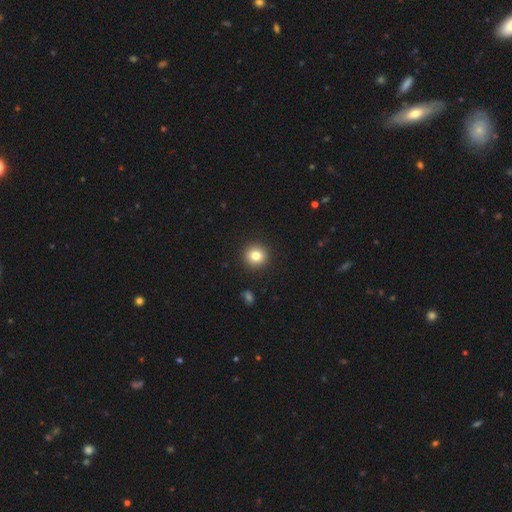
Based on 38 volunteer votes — Smooth or featured?
  - smooth: 87% *
  - featured or disk: 8%
  - star or artifact: 5%
How rounded?
  - round: 97% *
  - in between: 3%
  - cigar-shaped: 0%
Merging?
  - none: 89% *
  - minor disturbance: 6%
  - major disturbance: 3%
  - merger: 3%